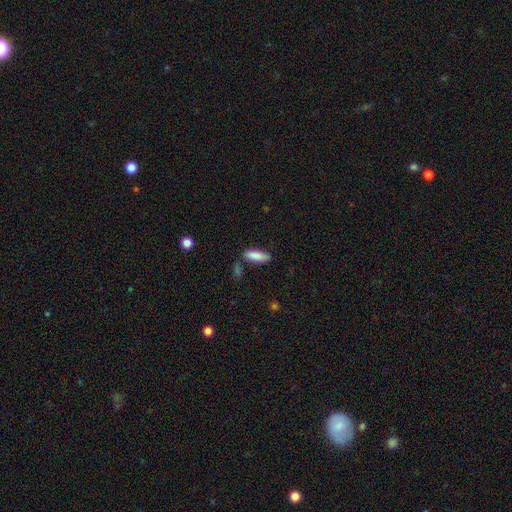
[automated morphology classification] A smooth galaxy with no disk features (86%) that is in between round and cigar-shaped (59%). Merging: none (75%).